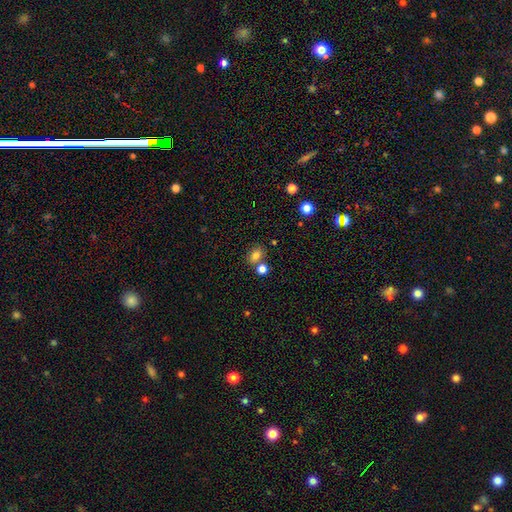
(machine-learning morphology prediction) A smooth galaxy with no disk features (77%) that is in between round and cigar-shaped (57%). Merging: none (63%).